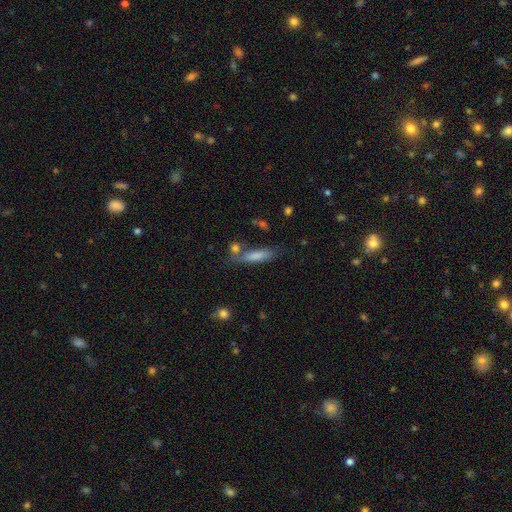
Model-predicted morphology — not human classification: Smooth or featured? smooth (79%)
How rounded? cigar-shaped (68%)
Merging? none (64%)